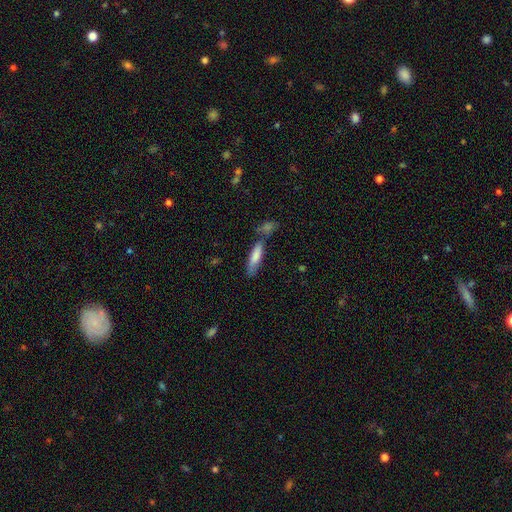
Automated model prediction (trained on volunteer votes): A smooth galaxy with no disk features (78%) that is cigar-shaped (71%). Merging: none (58%).